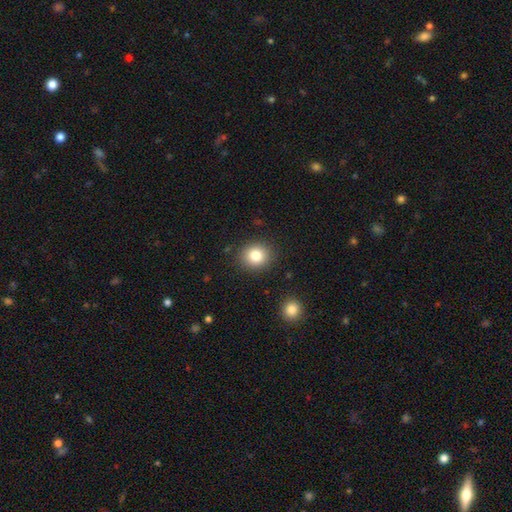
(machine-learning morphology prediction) type=smooth (81%); roundness=round (79%); merging=none (88%).